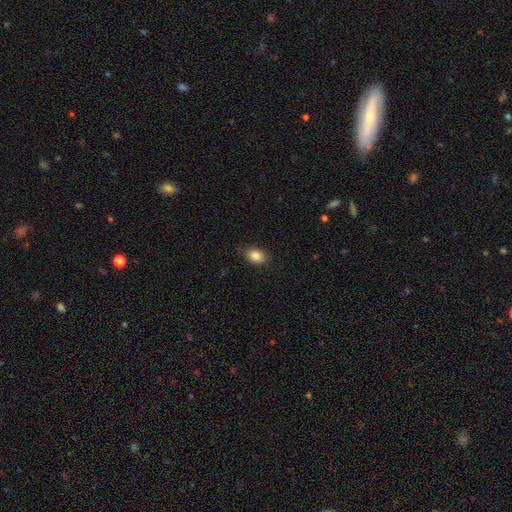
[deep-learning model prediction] This is clearly a smooth galaxy (85%). How rounded: likely in between (74%). Merging: likely none (78%).